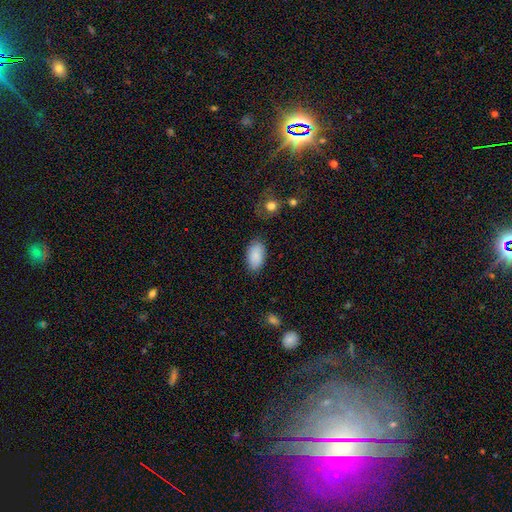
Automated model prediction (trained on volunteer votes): smooth-or-featured: smooth: 89% | star or artifact: 7% | featured or disk: 5%
  how-rounded: in between: 95% | round: 3% | cigar-shaped: 2%
  merging: none: 82% | minor disturbance: 13% | major disturbance: 3% | merger: 2%